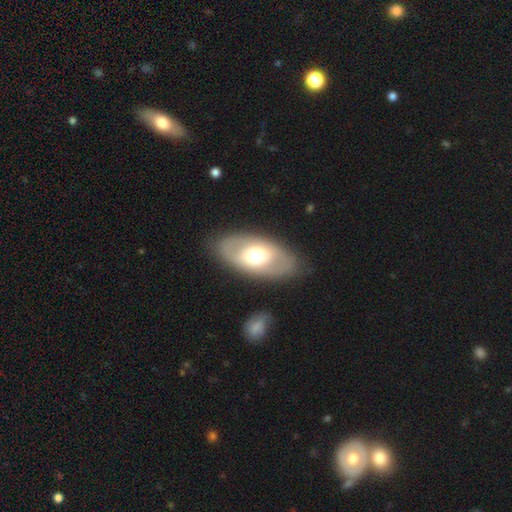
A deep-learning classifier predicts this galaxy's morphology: This is possibly a smooth galaxy (48%). Merging: clearly none (84%).